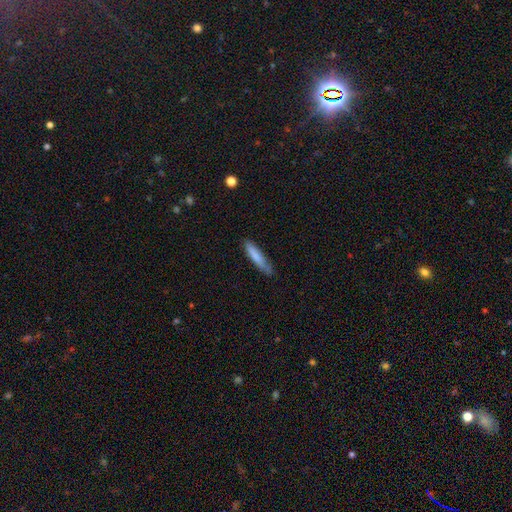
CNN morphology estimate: Smooth or featured? Predicted: smooth (p=0.78). How rounded? Predicted: cigar-shaped (p=0.85). Merging? Predicted: none (p=0.73).